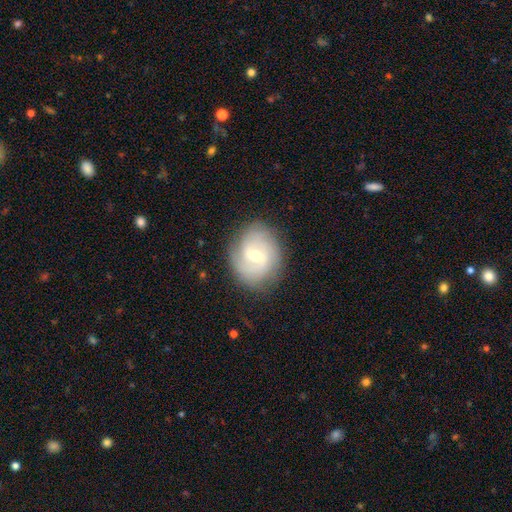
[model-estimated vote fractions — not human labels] Smooth or featured? featured or disk (74%)
Edge-on disk? no (97%)
Bar? weak (55%)
Spiral arms? yes (90%)
Spiral winding? tight (45%)
Spiral arm count? 2 (44%)
Bulge size? moderate (52%)
Merging? none (81%)